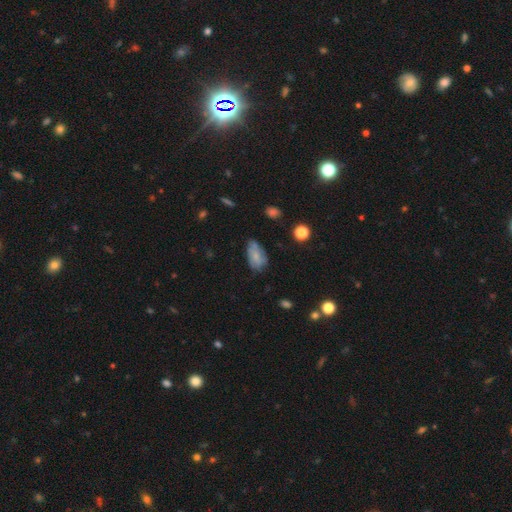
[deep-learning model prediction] The model was most divided on "merging": none: 48%, minor disturbance: 36%, major disturbance: 12%, merger: 4%. More confident: how rounded — in between (91%); smooth or featured — smooth (66%).